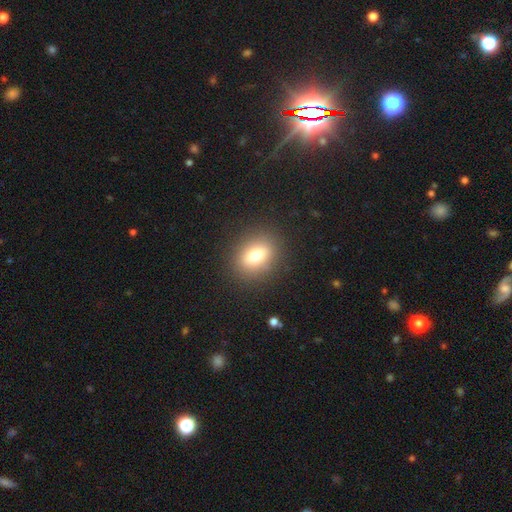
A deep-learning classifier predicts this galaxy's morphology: Q: Smooth or featured?
A: smooth (75%); runner-up: featured or disk (15%)
Q: How rounded?
A: in between (65%); runner-up: round (31%)
Q: Merging?
A: none (88%); runner-up: minor disturbance (8%)